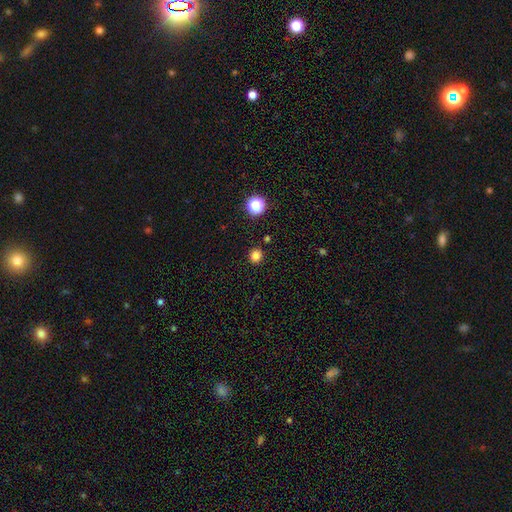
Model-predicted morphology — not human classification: The model was most divided on "smooth or featured": smooth: 80%, star or artifact: 15%, featured or disk: 5%. More confident: merging — none (90%); how rounded — round (90%).